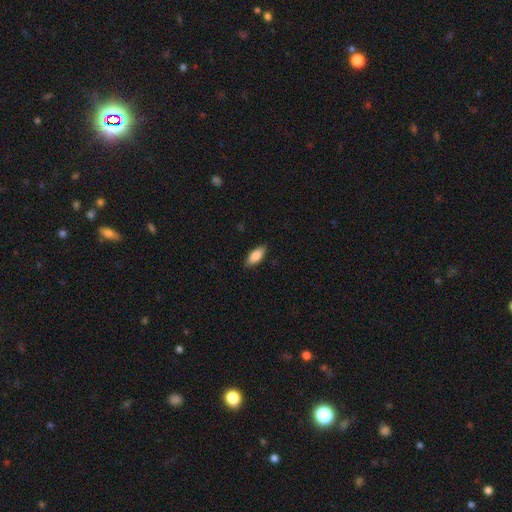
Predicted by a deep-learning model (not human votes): A smooth galaxy with no disk features (82%) that is in between round and cigar-shaped (83%). Merging: none (87%).